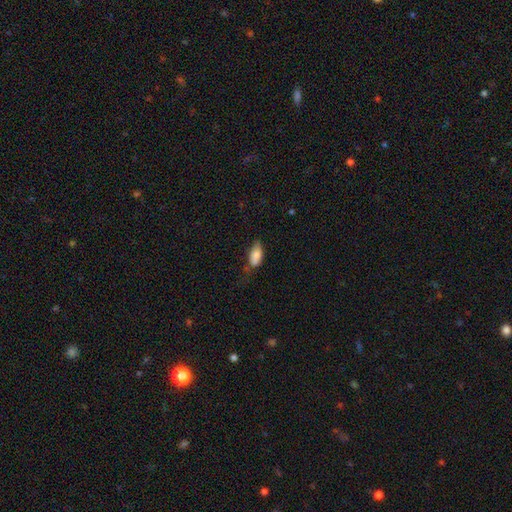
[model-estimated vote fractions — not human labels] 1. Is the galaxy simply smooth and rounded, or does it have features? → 82% smooth, 11% featured or disk, 7% star or artifact.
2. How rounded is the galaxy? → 88% in between, 9% cigar-shaped, 3% round.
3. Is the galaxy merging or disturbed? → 48% none, 36% minor disturbance, 13% major disturbance, 3% merger.